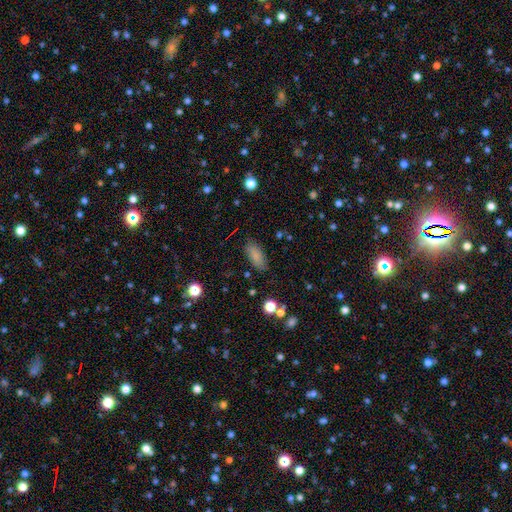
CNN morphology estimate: This is clearly a smooth galaxy (82%). How rounded: clearly in between (83%). Merging: clearly none (81%).